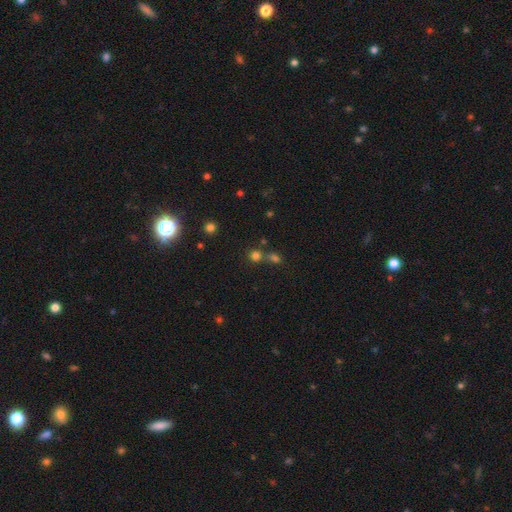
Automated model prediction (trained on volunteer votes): smooth_or_featured: smooth (p=0.72) [alt: star or artifact p=0.21]
how_rounded: round (p=0.88) [alt: in between p=0.10]
merging: none (p=0.57) [alt: merger p=0.33]